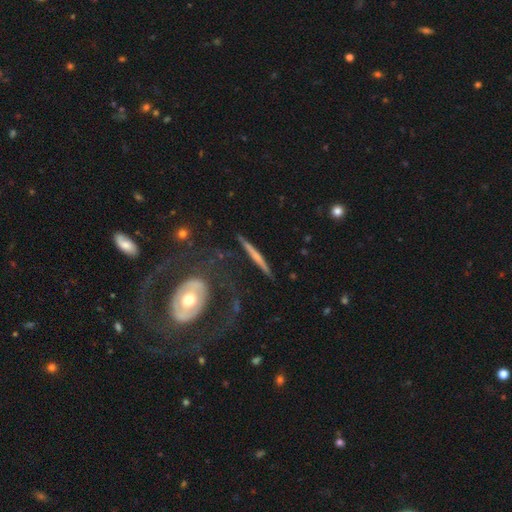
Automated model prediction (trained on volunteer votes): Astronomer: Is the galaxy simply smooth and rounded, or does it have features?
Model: featured or disk — 62%.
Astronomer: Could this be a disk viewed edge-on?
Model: yes — 93%.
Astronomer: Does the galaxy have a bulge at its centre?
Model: none — 55% (runner-up: rounded, 35%).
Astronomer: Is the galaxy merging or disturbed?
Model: none — 80%.